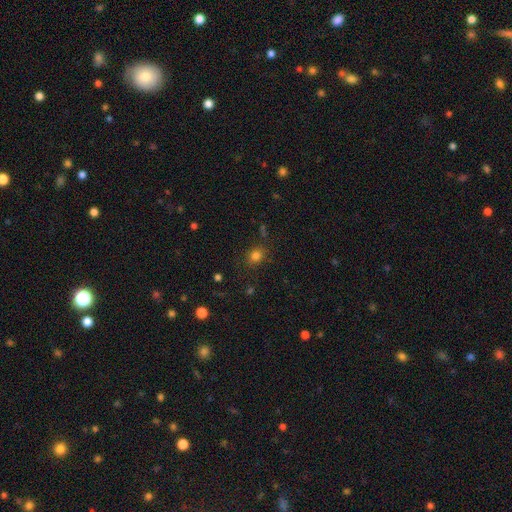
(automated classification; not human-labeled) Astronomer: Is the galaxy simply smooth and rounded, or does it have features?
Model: smooth — 79%.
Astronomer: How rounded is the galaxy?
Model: round — 62%.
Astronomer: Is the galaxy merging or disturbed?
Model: none — 81%.